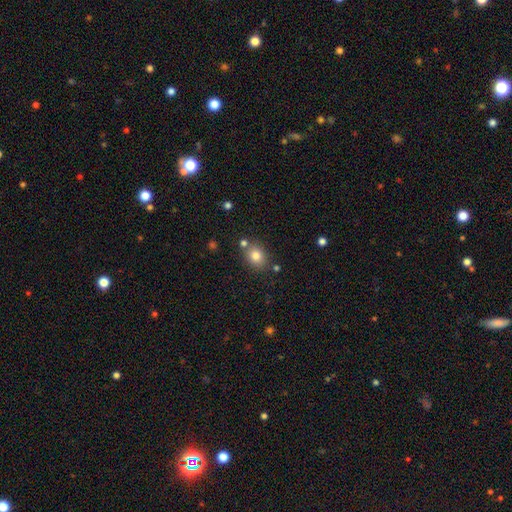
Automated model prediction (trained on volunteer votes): Smooth or featured: smooth — 80% (star or artifact — 11%)
How rounded: round — 58% (in between — 41%)
Merging: none — 75% (minor disturbance — 11%)